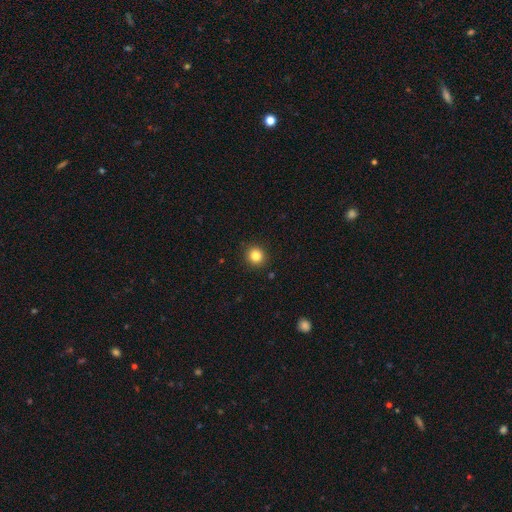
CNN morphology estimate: This appears to be a smooth galaxy with no disk features (84%) that is round (92%). Merging: none (92%).